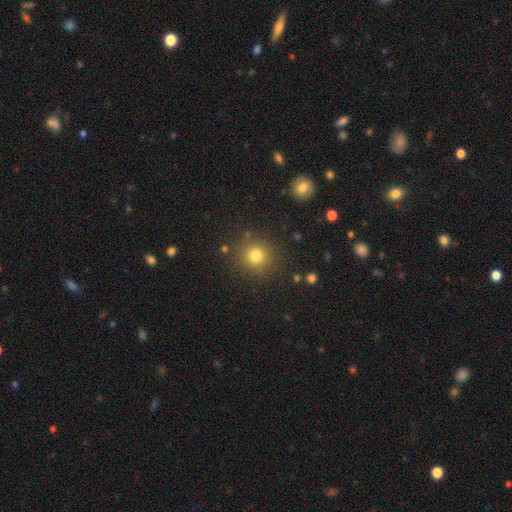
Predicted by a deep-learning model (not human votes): Q: Smooth or featured?
A: smooth (79%); runner-up: star or artifact (15%)
Q: How rounded?
A: round (93%); runner-up: in between (6%)
Q: Merging?
A: none (87%); runner-up: minor disturbance (8%)